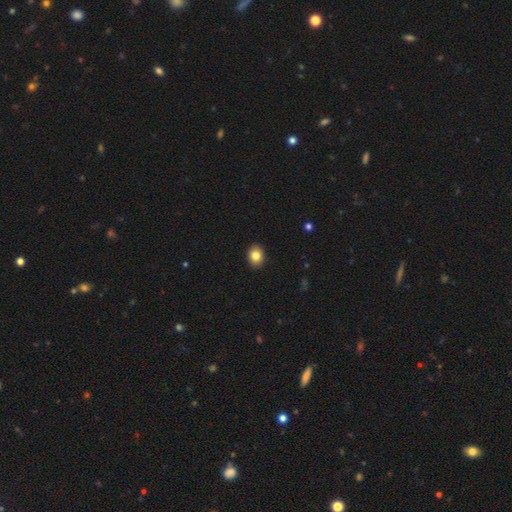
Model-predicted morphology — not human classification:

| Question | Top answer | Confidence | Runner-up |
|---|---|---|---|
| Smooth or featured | smooth | 84% | star or artifact (9%) |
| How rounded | in between | 51% | round (48%) |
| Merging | none | 91% | minor disturbance (6%) |